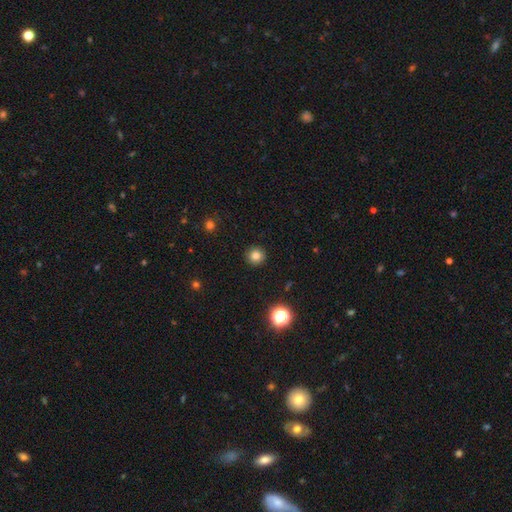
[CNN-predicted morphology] smooth-or-featured: smooth: 82% | star or artifact: 13% | featured or disk: 5%
  how-rounded: round: 95% | in between: 4% | cigar-shaped: 1%
  merging: none: 93% | minor disturbance: 5% | major disturbance: 2% | merger: 1%